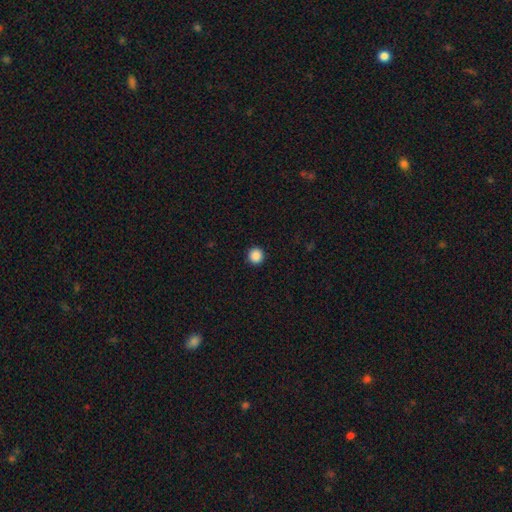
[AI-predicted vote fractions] A smooth galaxy with no disk features (88%) that is round (95%).

Vote fractions:
- Smooth or featured? smooth: 88% / star or artifact: 10% / featured or disk: 2%
- How rounded? round: 95% / in between: 4% / cigar-shaped: 1%
- Merging? none: 93% / minor disturbance: 4% / major disturbance: 2% / merger: 1%